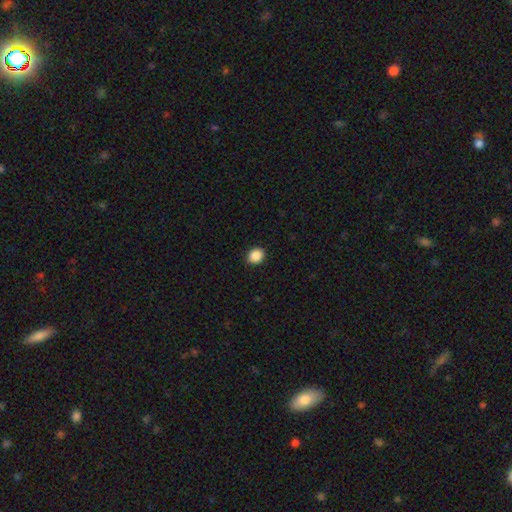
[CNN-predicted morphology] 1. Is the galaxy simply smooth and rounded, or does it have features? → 89% smooth, 9% star or artifact, 2% featured or disk.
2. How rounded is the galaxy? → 62% round, 37% in between, 1% cigar-shaped.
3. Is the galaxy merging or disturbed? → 89% none, 8% minor disturbance, 2% major disturbance, 1% merger.